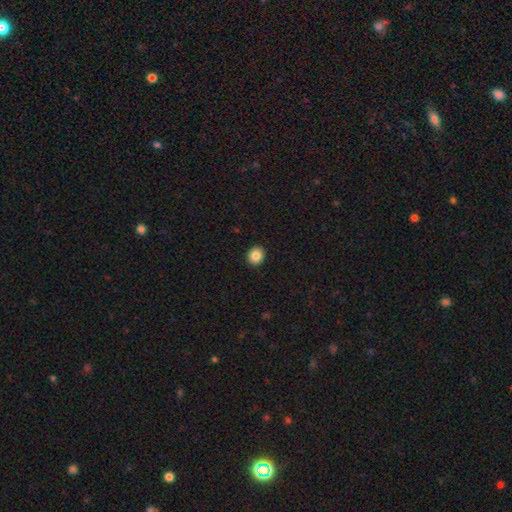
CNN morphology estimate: This is clearly a smooth galaxy (86%). How rounded: likely round (74%). Merging: clearly none (92%).